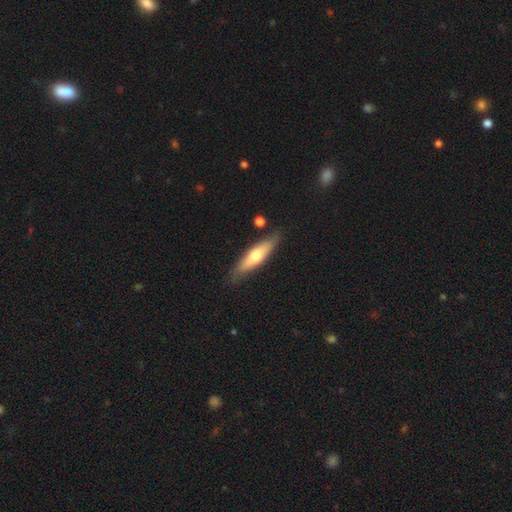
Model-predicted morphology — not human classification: Smooth or featured? smooth (55%)
How rounded? cigar-shaped (69%)
Merging? none (79%)